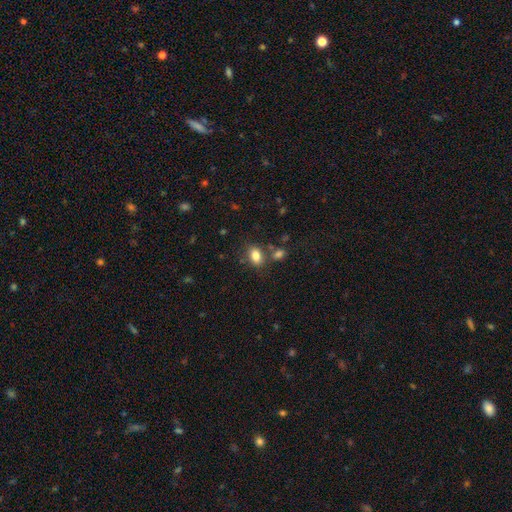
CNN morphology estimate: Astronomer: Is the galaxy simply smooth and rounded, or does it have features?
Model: smooth — 82%.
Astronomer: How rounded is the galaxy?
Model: in between — 81%.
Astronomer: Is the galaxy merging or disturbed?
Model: none — 68%.